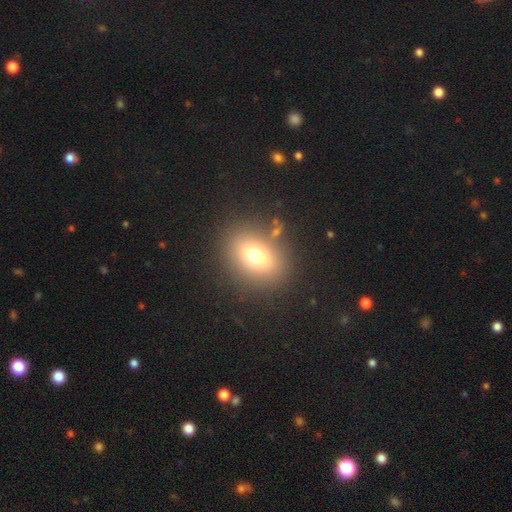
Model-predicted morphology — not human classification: Smooth or featured?
  - smooth: 71% *
  - star or artifact: 17%
  - featured or disk: 13%
How rounded?
  - round: 51% *
  - in between: 48%
  - cigar-shaped: 1%
Merging?
  - none: 81% *
  - minor disturbance: 9%
  - major disturbance: 5%
  - merger: 4%